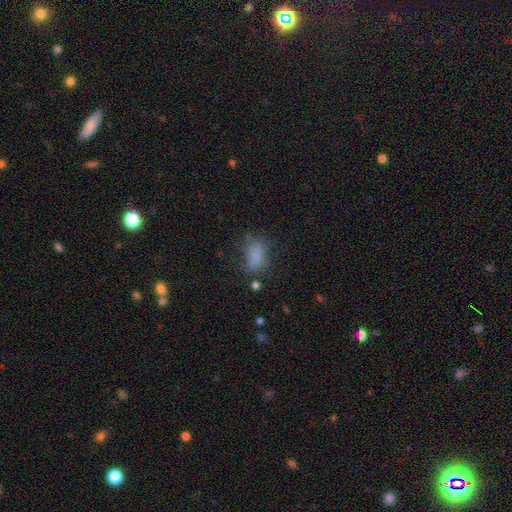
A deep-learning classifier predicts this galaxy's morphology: This appears to be a smooth galaxy with no disk features (76%) that is in between round and cigar-shaped (85%). Merging: none (51%).